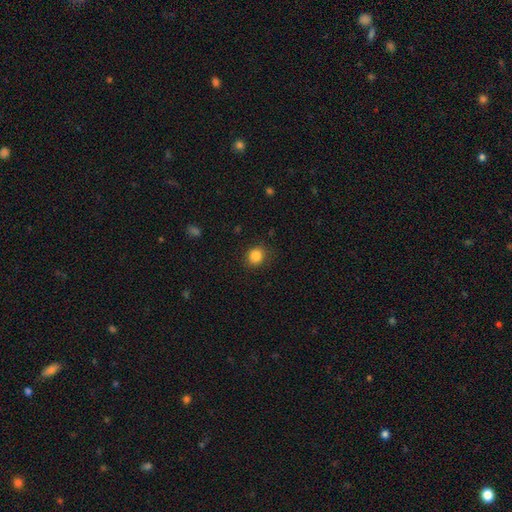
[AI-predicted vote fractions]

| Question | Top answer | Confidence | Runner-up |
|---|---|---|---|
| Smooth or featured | smooth | 85% | star or artifact (11%) |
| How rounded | round | 82% | in between (17%) |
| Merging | none | 85% | minor disturbance (11%) |